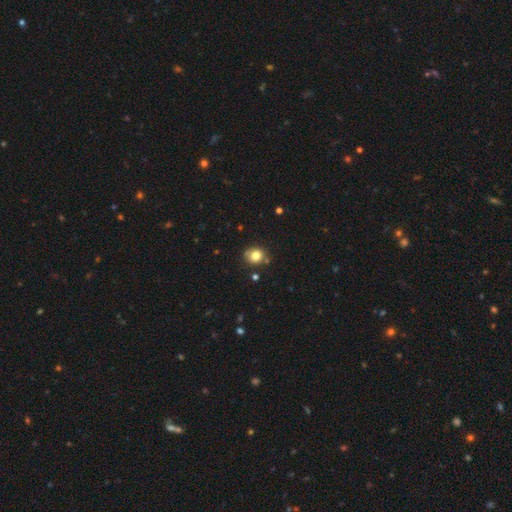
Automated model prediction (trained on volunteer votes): Morphology: type=smooth (80%); roundness=round (81%); merging=none (75%).